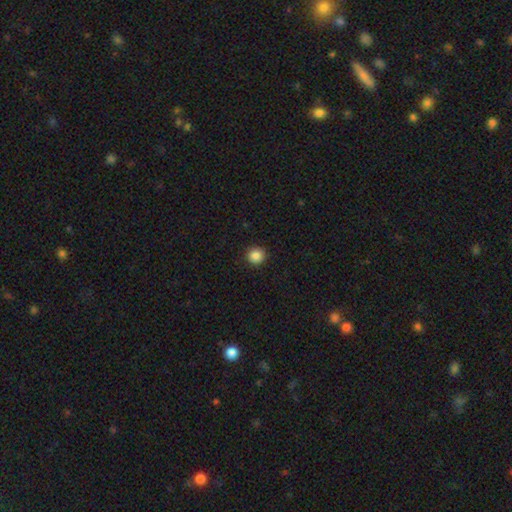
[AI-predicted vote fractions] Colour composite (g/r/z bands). It shows a smooth galaxy with no disk features (87%) that is round (94%). Merging: none (92%).